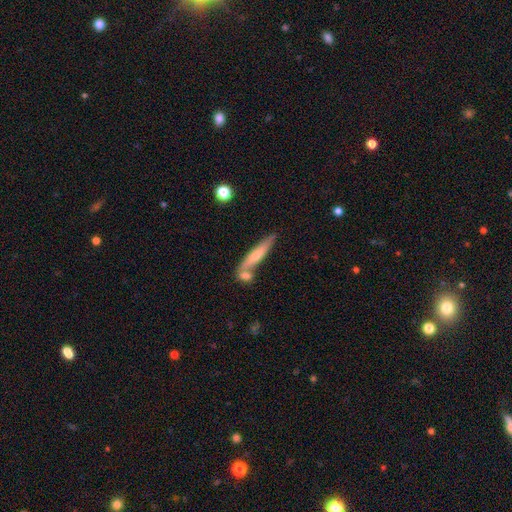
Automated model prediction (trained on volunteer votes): This is possibly a smooth galaxy (57%). How rounded: clearly cigar-shaped (88%). Merging: possibly none (58%).